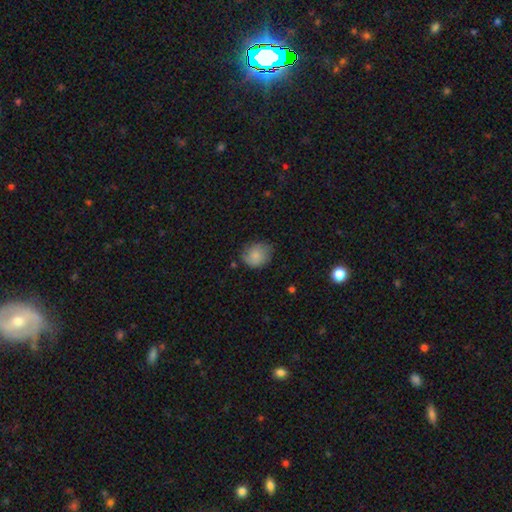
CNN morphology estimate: smooth_or_featured: smooth (p=0.75) [alt: featured or disk p=0.17]
how_rounded: round (p=0.64) [alt: in between p=0.35]
merging: none (p=0.67) [alt: minor disturbance p=0.25]